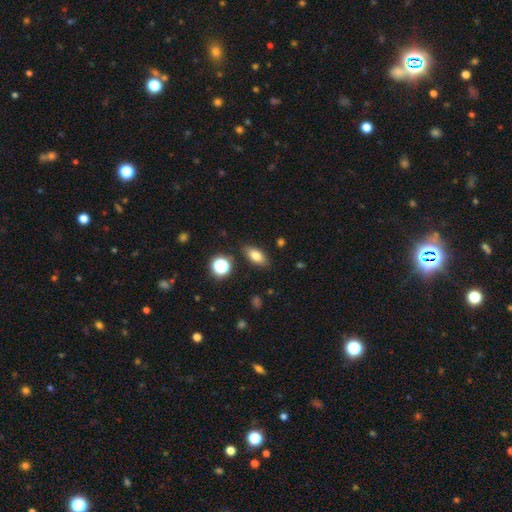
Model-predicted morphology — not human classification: This appears to be a smooth galaxy with no disk features (78%) that is in between round and cigar-shaped (83%). Merging: none (85%).